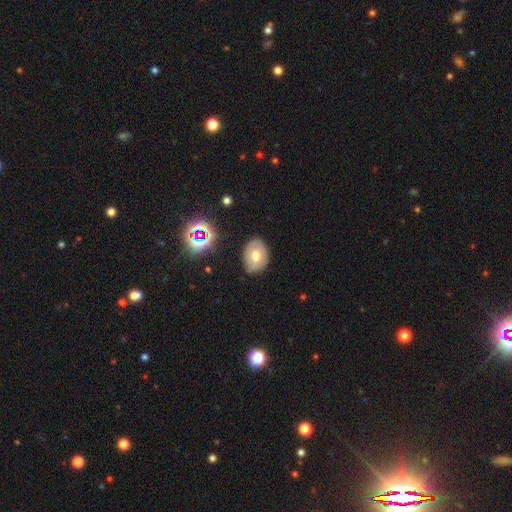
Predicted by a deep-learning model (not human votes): smooth-or-featured: smooth: 53% | featured or disk: 37% | star or artifact: 10%
  how-rounded: in between: 76% | round: 23% | cigar-shaped: 1%
  merging: none: 81% | minor disturbance: 14% | major disturbance: 3% | merger: 1%